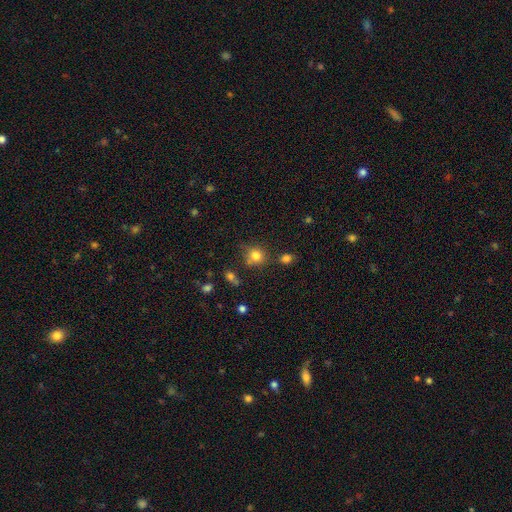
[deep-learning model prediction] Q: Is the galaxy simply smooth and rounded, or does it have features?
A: smooth — 80%.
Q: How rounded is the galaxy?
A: round — 84%.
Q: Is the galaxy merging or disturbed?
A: none — 70%.